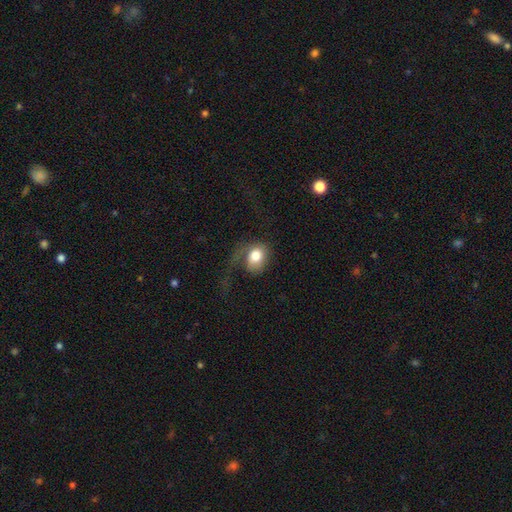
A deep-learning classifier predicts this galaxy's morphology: This appears to be a smooth galaxy with no disk features (69%) that is in between round and cigar-shaped (56%). Merging: major disturbance (50%).